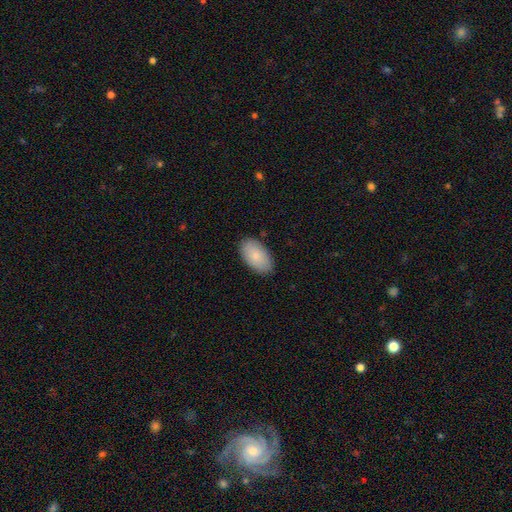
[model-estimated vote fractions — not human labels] This appears to be a smooth galaxy with no disk features (85%) that is in between round and cigar-shaped (95%). Merging: none (86%).